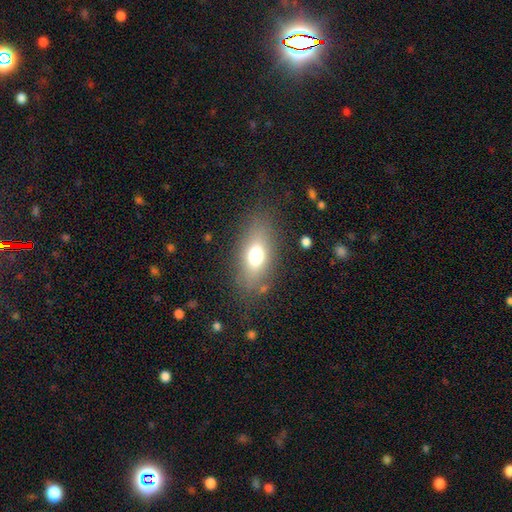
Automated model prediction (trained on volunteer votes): A smooth galaxy with no disk features (67%) that is in between round and cigar-shaped (79%).

Vote fractions:
- Smooth or featured? smooth: 67% / featured or disk: 21% / star or artifact: 12%
- How rounded? in between: 79% / round: 11% / cigar-shaped: 9%
- Merging? none: 80% / minor disturbance: 12% / major disturbance: 6% / merger: 2%